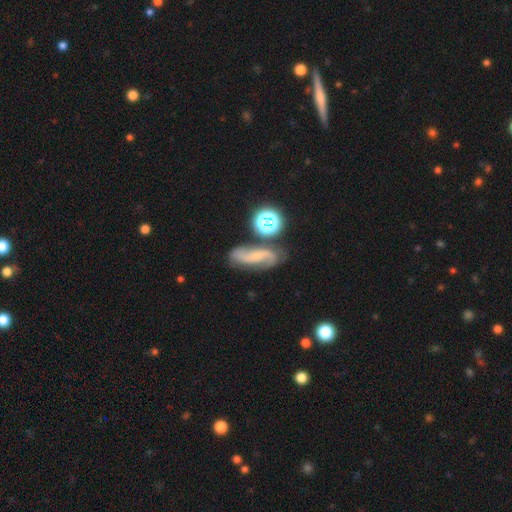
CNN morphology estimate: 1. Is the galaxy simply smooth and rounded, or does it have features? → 70% featured or disk, 18% smooth, 12% star or artifact.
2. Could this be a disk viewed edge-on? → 92% no, 8% yes.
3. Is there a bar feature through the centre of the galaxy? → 42% no, 40% weak, 18% strong.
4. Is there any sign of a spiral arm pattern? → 94% yes, 6% no.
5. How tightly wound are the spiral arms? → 56% loose, 34% medium, 11% tight.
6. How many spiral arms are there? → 90% 2, 4% can't tell, 2% 1, 1% 3, 1% 4, 1% more than 4.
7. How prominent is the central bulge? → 58% small, 20% moderate, 18% none, 3% large, 2% dominant.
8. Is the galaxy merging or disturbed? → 68% none, 16% minor disturbance, 9% merger, 6% major disturbance.